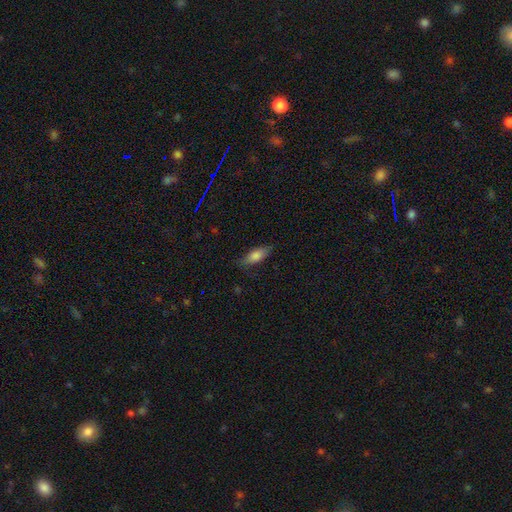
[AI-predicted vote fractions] This appears to be a smooth galaxy with no disk features (76%) that is in between round and cigar-shaped (71%). Merging: none (78%).